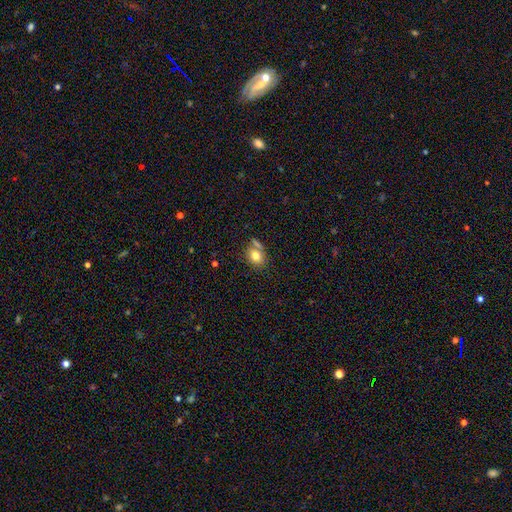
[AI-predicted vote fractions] smooth_or_featured: smooth (p=0.79) [alt: featured or disk p=0.11]
how_rounded: round (p=0.52) [alt: in between p=0.47]
merging: none (p=0.60) [alt: merger p=0.19]